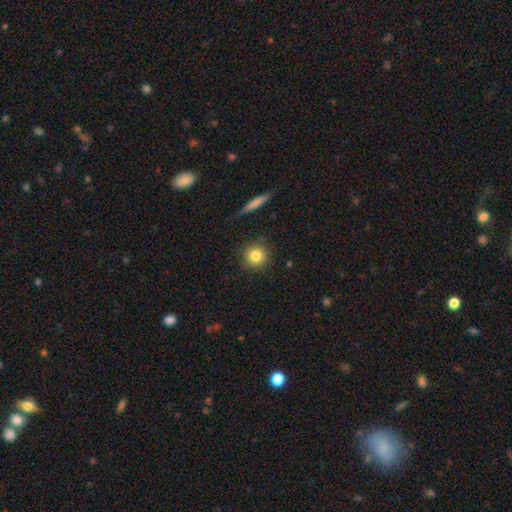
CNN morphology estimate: Overall: smooth (83%). How rounded: round (93%). Merging: none (87%).